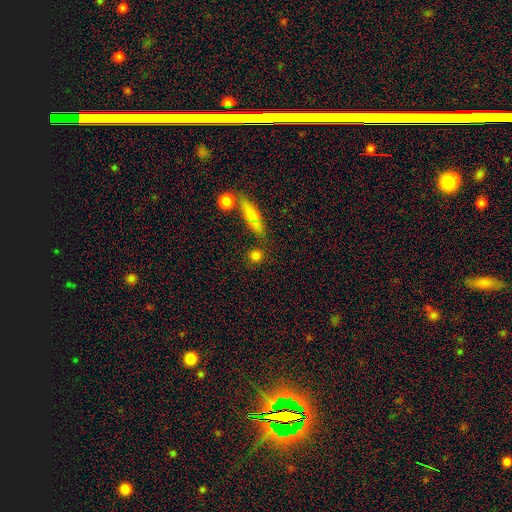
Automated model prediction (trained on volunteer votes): Overall: smooth (81%). How rounded: round (79%). Merging: none (79%).